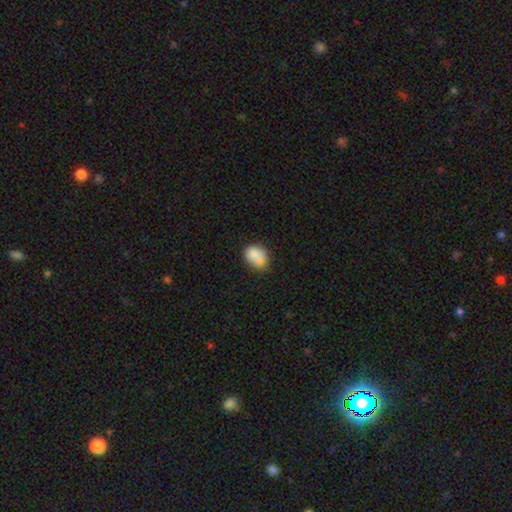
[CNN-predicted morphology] A smooth galaxy with no disk features (79%) that is in between round and cigar-shaped (66%). Merging: none (48%).